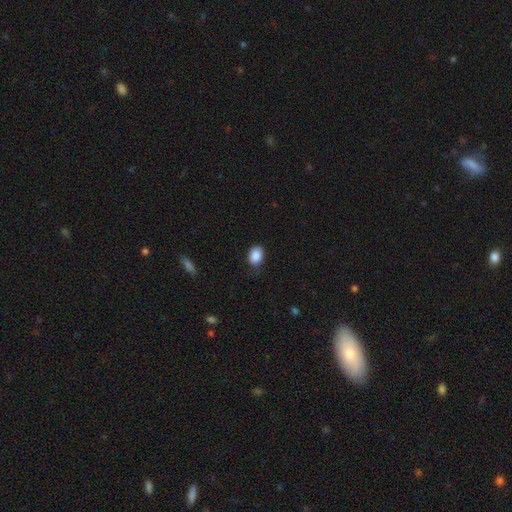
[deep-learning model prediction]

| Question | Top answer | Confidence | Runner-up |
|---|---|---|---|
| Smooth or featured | smooth | 88% | star or artifact (8%) |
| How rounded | in between | 73% | round (26%) |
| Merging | none | 74% | minor disturbance (21%) |